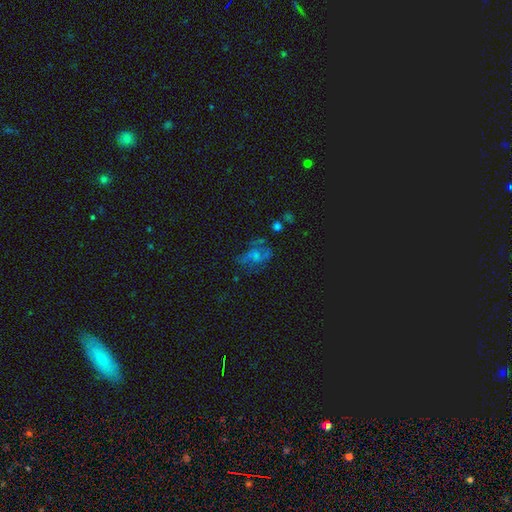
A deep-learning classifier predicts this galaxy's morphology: Smooth or featured? featured or disk (48%)
Merging? none (39%)